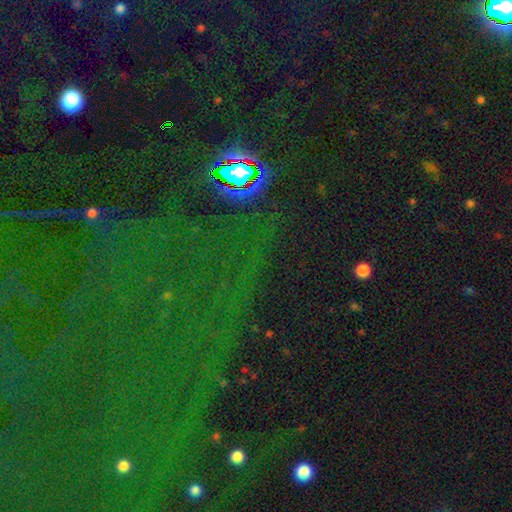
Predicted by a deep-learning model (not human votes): smooth_or_featured: star or artifact (p=0.85) [alt: smooth p=0.08]